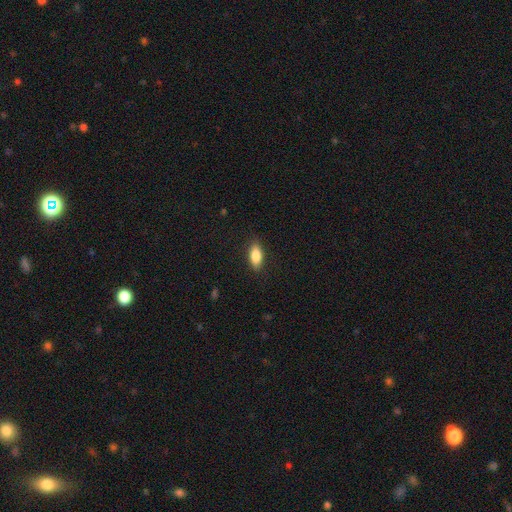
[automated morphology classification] smooth-or-featured: smooth: 84% | featured or disk: 9% | star or artifact: 7%
  how-rounded: in between: 83% | cigar-shaped: 15% | round: 3%
  merging: none: 87% | minor disturbance: 10% | major disturbance: 2% | merger: 1%